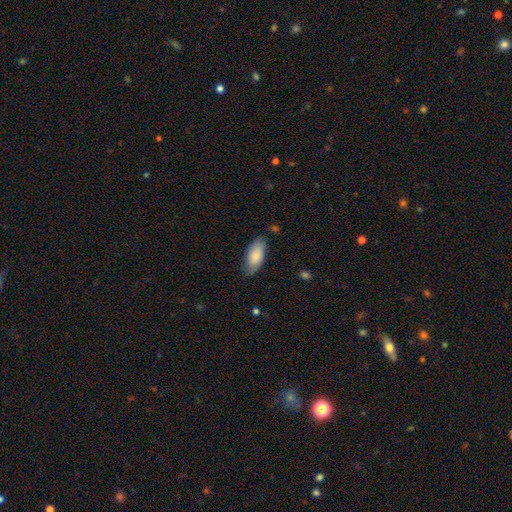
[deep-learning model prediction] Morphology: type=smooth (81%); roundness=in between (90%); merging=none (72%).